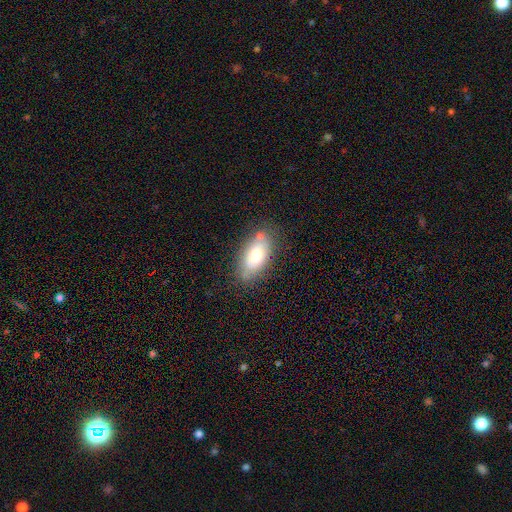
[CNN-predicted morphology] Smooth or featured?
  - smooth: 70% *
  - featured or disk: 22%
  - star or artifact: 8%
How rounded?
  - in between: 89% *
  - cigar-shaped: 7%
  - round: 4%
Merging?
  - none: 71% *
  - minor disturbance: 18%
  - merger: 6%
  - major disturbance: 5%